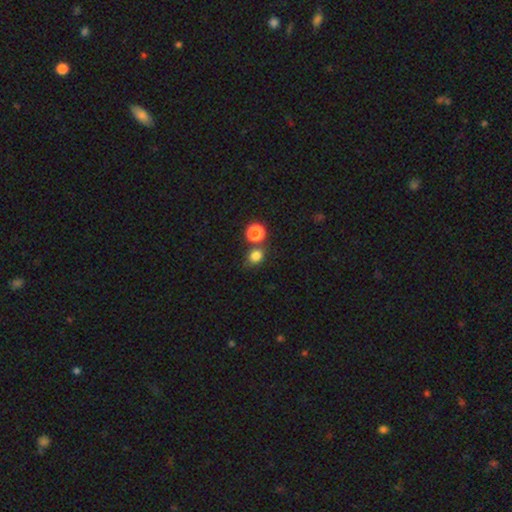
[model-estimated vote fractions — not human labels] smooth-or-featured: smooth: 80% | star or artifact: 14% | featured or disk: 6%
  how-rounded: round: 66% | in between: 33% | cigar-shaped: 1%
  merging: none: 63% | merger: 21% | minor disturbance: 12% | major disturbance: 4%